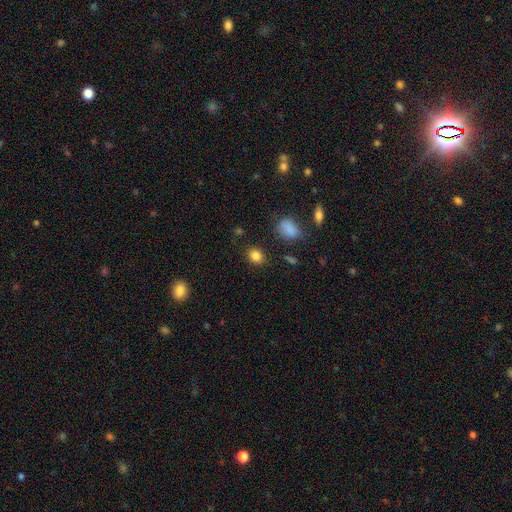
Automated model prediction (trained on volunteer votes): This appears to be a smooth galaxy with no disk features (85%) that is round (56%). Merging: none (85%).